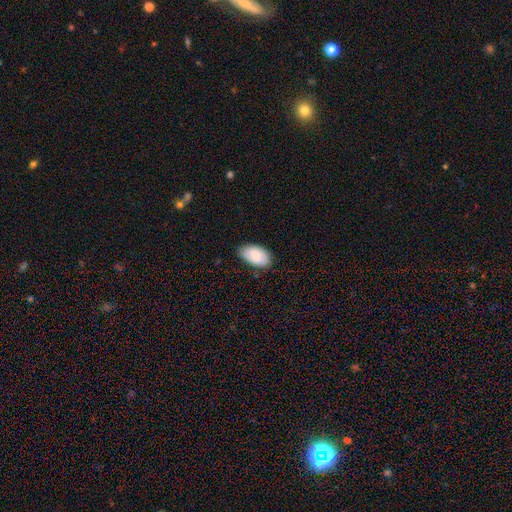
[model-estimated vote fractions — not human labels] The model was most divided on "merging": none: 74%, minor disturbance: 22%, major disturbance: 3%, merger: 1%. More confident: how rounded — in between (95%); smooth or featured — smooth (83%).